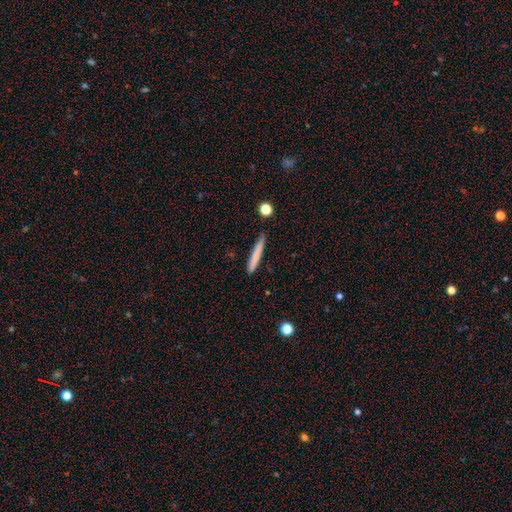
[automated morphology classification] smooth_or_featured: smooth (p=0.75) [alt: featured or disk p=0.18]
how_rounded: cigar-shaped (p=0.96) [alt: in between p=0.03]
merging: none (p=0.84) [alt: minor disturbance p=0.11]